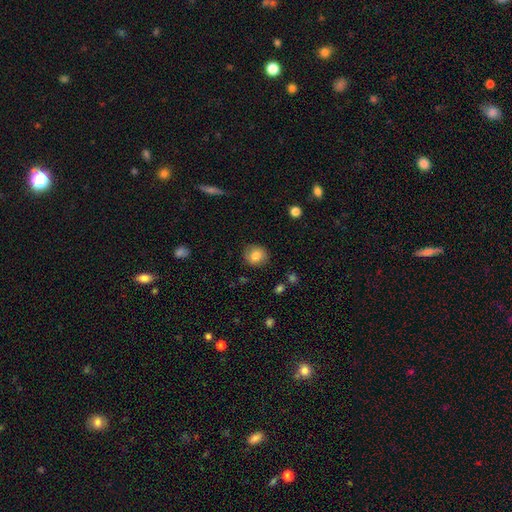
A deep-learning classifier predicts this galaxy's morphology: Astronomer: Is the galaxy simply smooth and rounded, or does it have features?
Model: smooth — 79%.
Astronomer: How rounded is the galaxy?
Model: round — 80%.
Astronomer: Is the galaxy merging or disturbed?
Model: none — 86%.